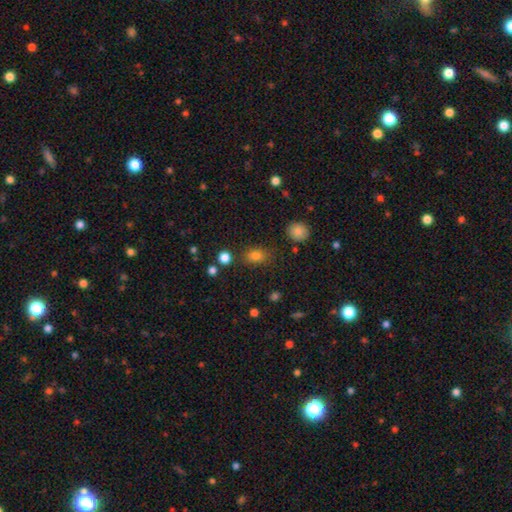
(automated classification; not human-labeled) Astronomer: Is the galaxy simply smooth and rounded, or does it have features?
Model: smooth — 79%.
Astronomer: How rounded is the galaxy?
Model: in between — 71%.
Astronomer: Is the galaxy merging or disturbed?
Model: none — 79%.